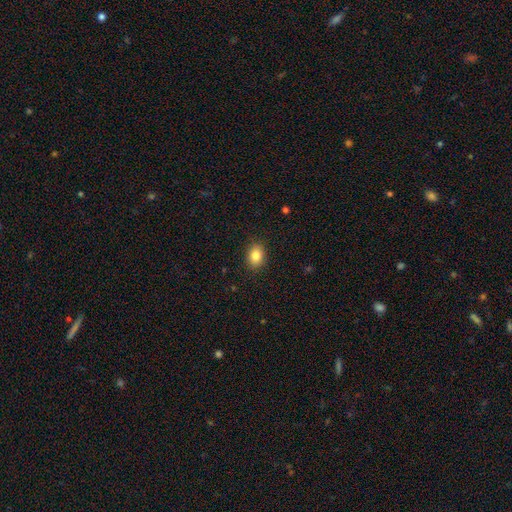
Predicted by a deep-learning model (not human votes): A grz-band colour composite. It shows a smooth galaxy with no disk features (85%) that is in between round and cigar-shaped (69%). Merging: none (89%).